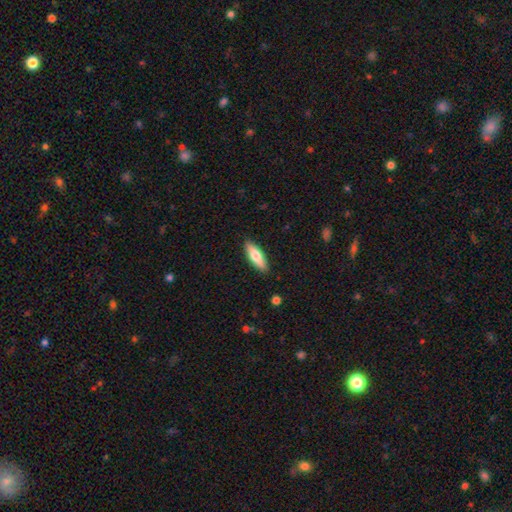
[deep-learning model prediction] A smooth galaxy with no disk features (67%) that is in between round and cigar-shaped (49%, tied with cigar-shaped).

Vote fractions:
- Smooth or featured? smooth: 67% / featured or disk: 28% / star or artifact: 6%
- How rounded? in between: 49% (tied) / cigar-shaped: 49% (tied) / round: 2%
- Merging? none: 89% / minor disturbance: 8% / major disturbance: 2% / merger: 1%